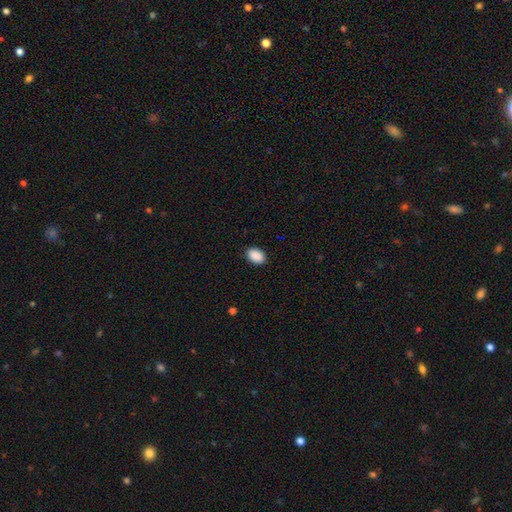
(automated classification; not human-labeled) This appears to be a smooth galaxy with no disk features (90%) that is in between round and cigar-shaped (87%). Merging: none (89%).